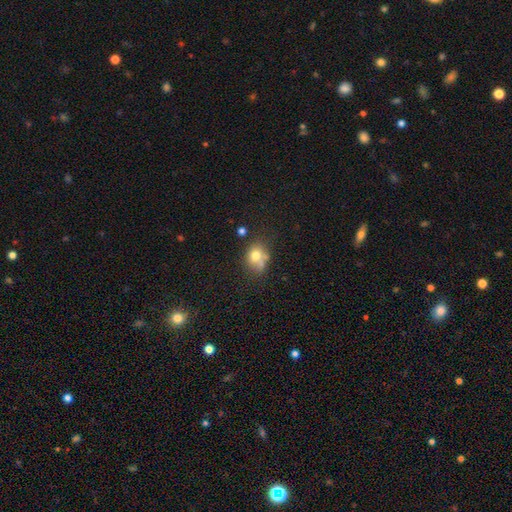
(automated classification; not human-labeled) Smooth or featured: smooth — 72% (featured or disk — 16%)
How rounded: round — 56% (in between — 43%)
Merging: none — 47% (merger — 23%)